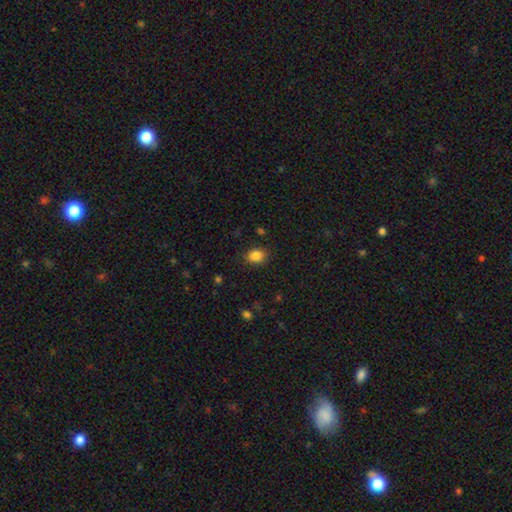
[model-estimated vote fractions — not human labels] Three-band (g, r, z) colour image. It shows a smooth galaxy with no disk features (86%) that is in between round and cigar-shaped (57%). Merging: none (85%).